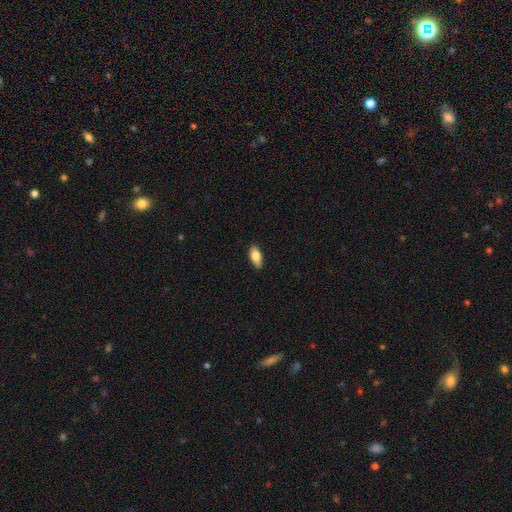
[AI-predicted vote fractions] The model was most divided on "smooth or featured": smooth: 74%, featured or disk: 20%, star or artifact: 6%. More confident: merging — none (88%); how rounded — in between (83%).